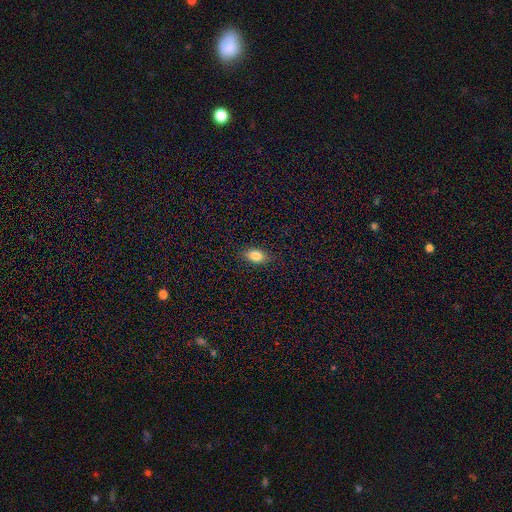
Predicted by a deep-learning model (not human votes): This appears to be a smooth galaxy with no disk features (84%) that is in between round and cigar-shaped (88%). Merging: none (88%).